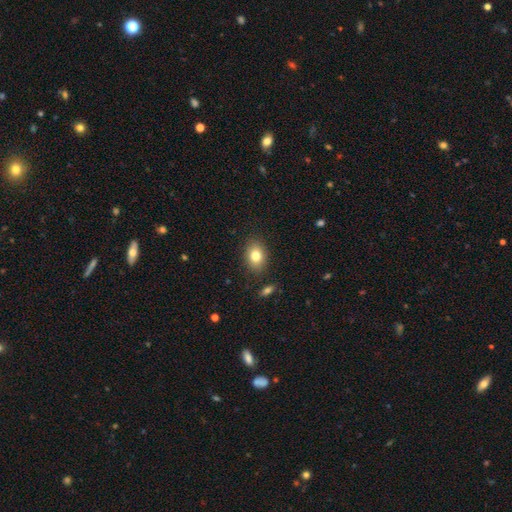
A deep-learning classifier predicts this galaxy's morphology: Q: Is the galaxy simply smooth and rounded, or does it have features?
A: smooth — 80%.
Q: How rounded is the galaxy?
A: in between — 75%.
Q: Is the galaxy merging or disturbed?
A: none — 86%.